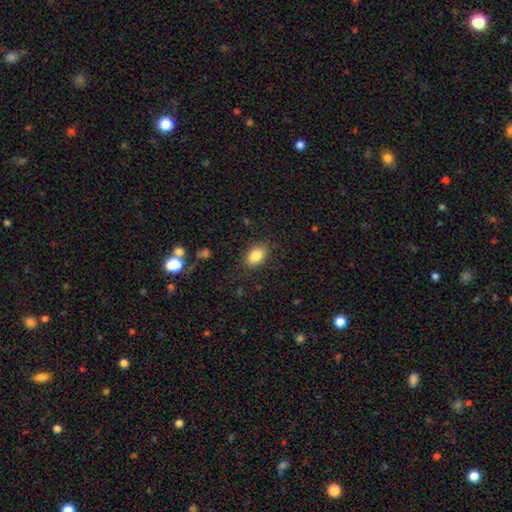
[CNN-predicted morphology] The model was most divided on "how rounded": in between: 85%, round: 14%, cigar-shaped: 1%. More confident: smooth or featured — smooth (85%); merging — none (84%).